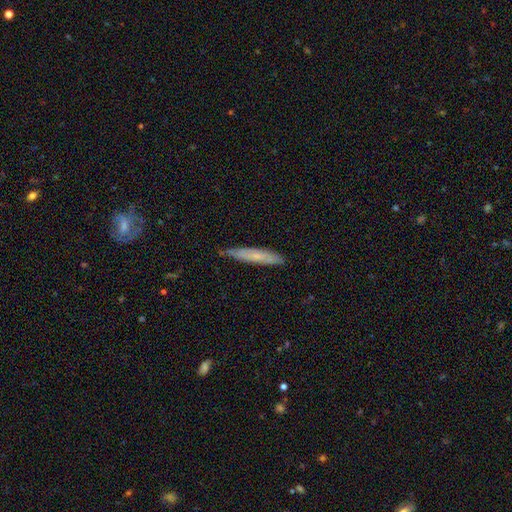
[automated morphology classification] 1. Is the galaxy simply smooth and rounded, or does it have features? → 60% smooth, 33% featured or disk, 7% star or artifact.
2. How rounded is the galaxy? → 90% cigar-shaped, 9% in between, 1% round.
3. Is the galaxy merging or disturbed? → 78% none, 18% minor disturbance, 2% major disturbance, 1% merger.